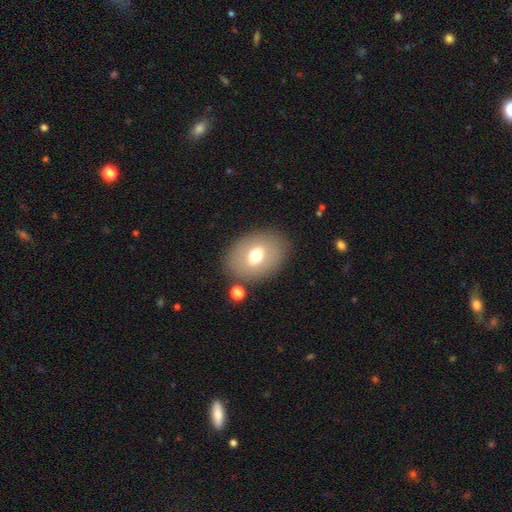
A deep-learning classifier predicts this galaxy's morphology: type=smooth (65%); roundness=in between (72%); merging=none (82%).